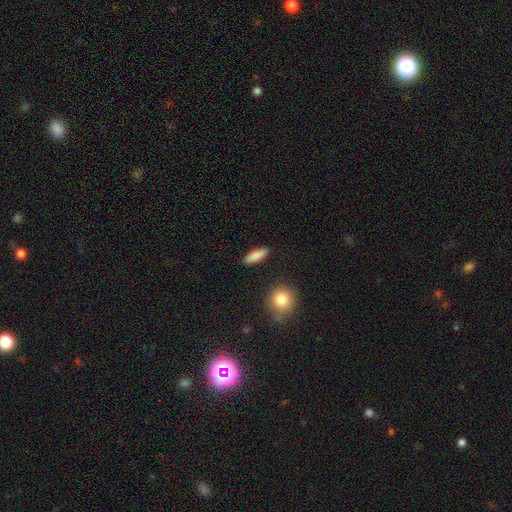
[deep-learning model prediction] Overall: smooth (87%). How rounded: in between (56%; cigar-shaped 41%). Merging: none (88%).